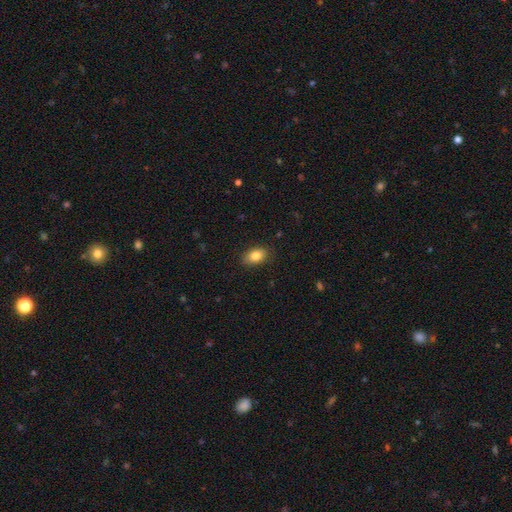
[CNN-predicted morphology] Smooth or featured? Predicted: smooth (p=0.84). How rounded? Predicted: in between (p=0.88). Merging? Predicted: none (p=0.86).